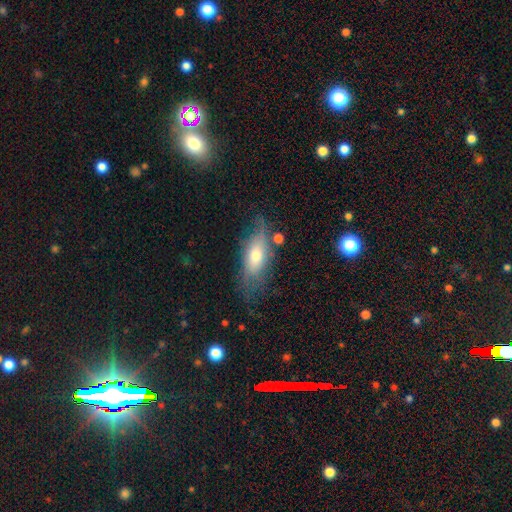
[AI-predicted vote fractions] Smooth or featured?
  - smooth: 54% *
  - featured or disk: 38%
  - star or artifact: 8%
How rounded?
  - in between: 75% *
  - cigar-shaped: 21%
  - round: 4%
Merging?
  - none: 58% *
  - minor disturbance: 26%
  - major disturbance: 12%
  - merger: 4%